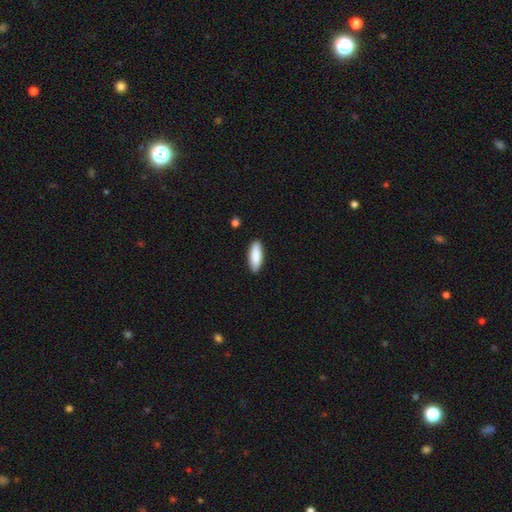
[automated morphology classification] The model was most divided on "how rounded": in between: 63%, cigar-shaped: 35%, round: 2%. More confident: merging — none (88%); smooth or featured — smooth (88%).